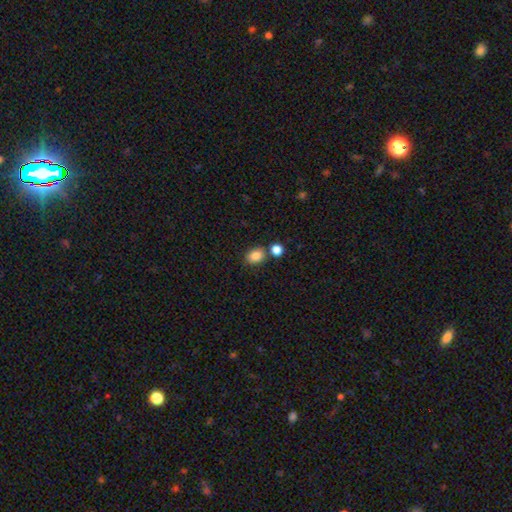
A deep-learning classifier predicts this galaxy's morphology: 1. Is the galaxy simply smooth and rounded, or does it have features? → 86% smooth, 10% star or artifact, 5% featured or disk.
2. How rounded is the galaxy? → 57% in between, 42% round, 1% cigar-shaped.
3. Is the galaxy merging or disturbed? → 69% none, 16% merger, 11% minor disturbance, 3% major disturbance.